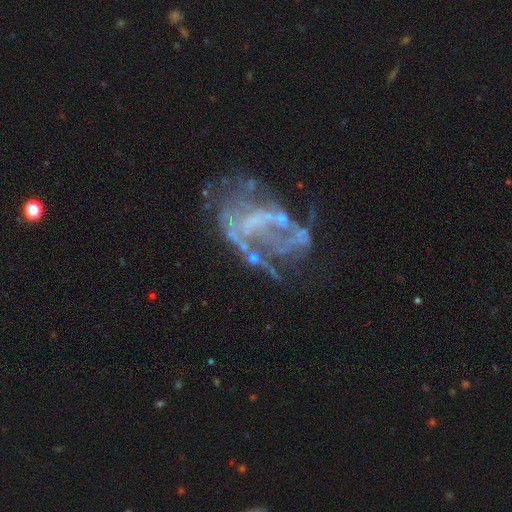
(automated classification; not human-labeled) A featured or disk galaxy (78%) with no bar (61%), no spiral arms (54%) and no central bulge (64%).

Vote fractions:
- Smooth or featured? featured or disk: 78% / star or artifact: 13% / smooth: 10%
- Edge-on disk? no: 98% / yes: 2%
- Bar? no: 61% / weak: 28% / strong: 11%
- Spiral arms? no: 54% / yes: 46%
- Bulge size? none: 64% / small: 22% / moderate: 11% / large: 2% / dominant: 1%
- Merging? major disturbance: 38% / none: 34% / minor disturbance: 18% / merger: 10%